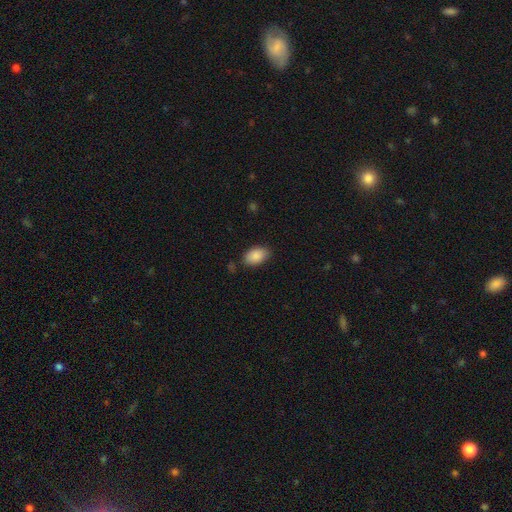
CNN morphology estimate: Smooth or featured: smooth — 88% (star or artifact — 7%)
How rounded: in between — 91% (round — 7%)
Merging: none — 80% (minor disturbance — 15%)